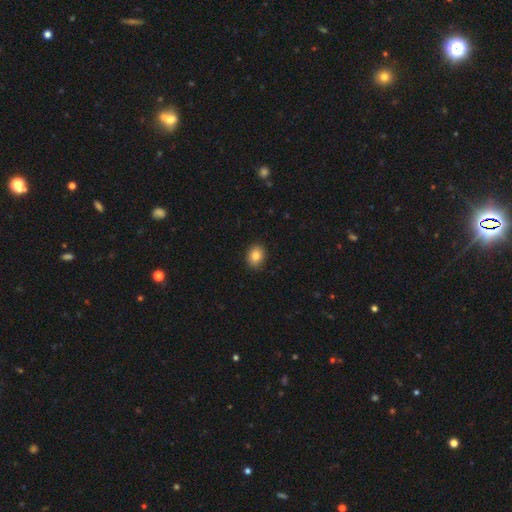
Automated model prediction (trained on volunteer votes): Smooth or featured? smooth (83%)
How rounded? round (52%)
Merging? none (90%)